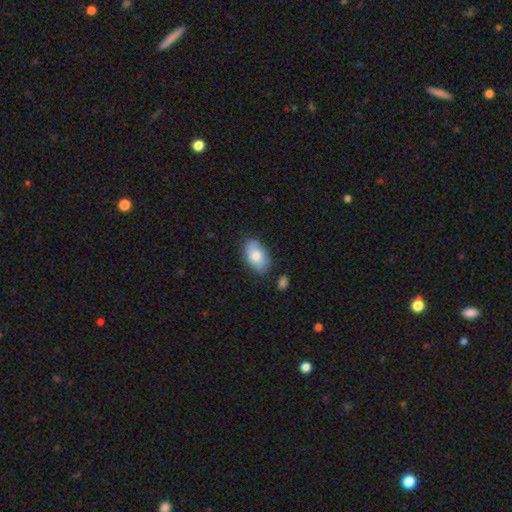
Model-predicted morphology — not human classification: type=smooth (78%); roundness=in between (92%); merging=none (76%).